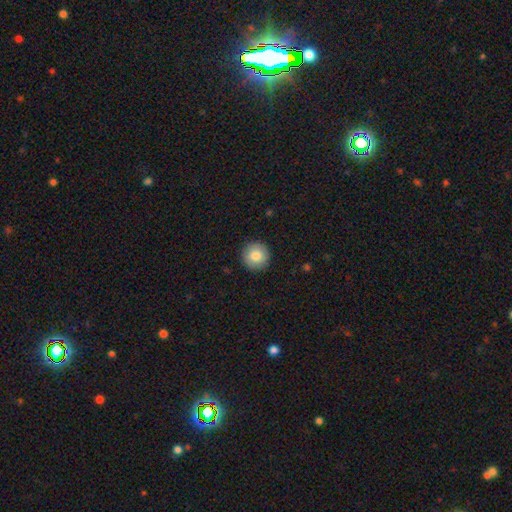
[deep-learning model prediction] The model was most divided on "smooth or featured": smooth: 83%, featured or disk: 9%, star or artifact: 8%. More confident: how rounded — round (95%); merging — none (92%).